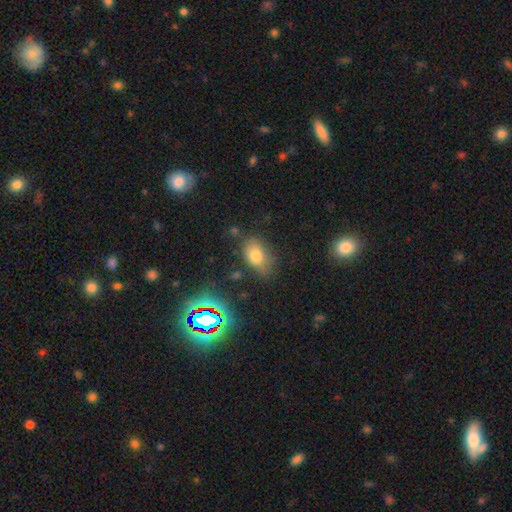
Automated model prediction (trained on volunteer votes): Smooth or featured? smooth (75%)
How rounded? in between (84%)
Merging? none (66%)